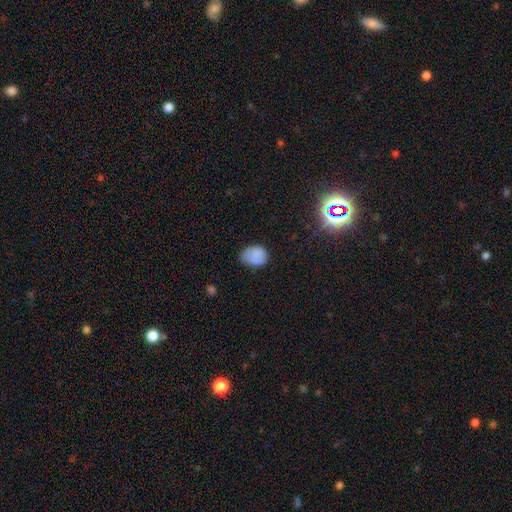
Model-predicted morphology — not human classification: This appears to be a smooth galaxy with no disk features (81%) that is in between round and cigar-shaped (65%). Merging: none (53%).